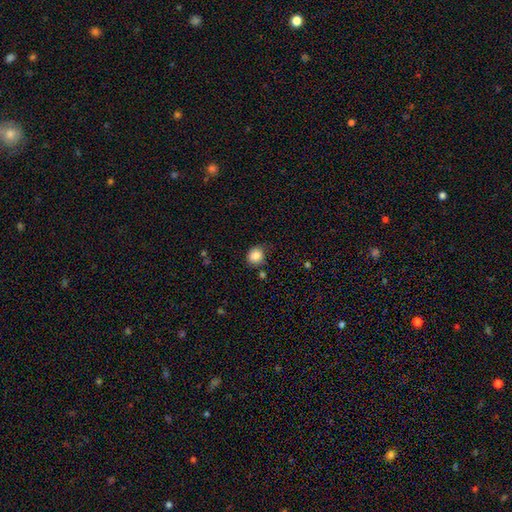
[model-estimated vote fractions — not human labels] Smooth or featured: smooth — 86% (star or artifact — 10%)
How rounded: round — 75% (in between — 24%)
Merging: none — 71% (minor disturbance — 20%)